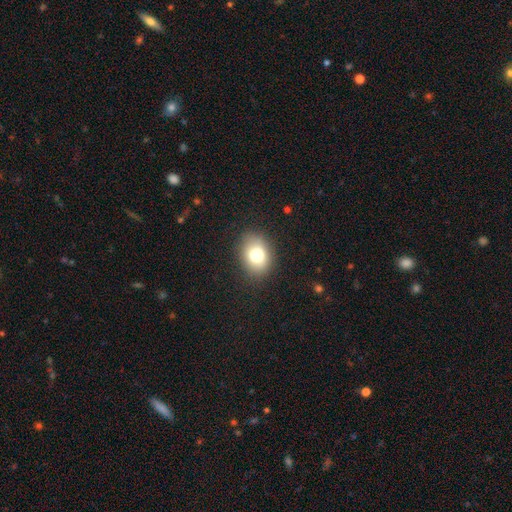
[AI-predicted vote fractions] Smooth or featured? Predicted: smooth (p=0.76). How rounded? Predicted: in between (p=0.63). Merging? Predicted: none (p=0.85).